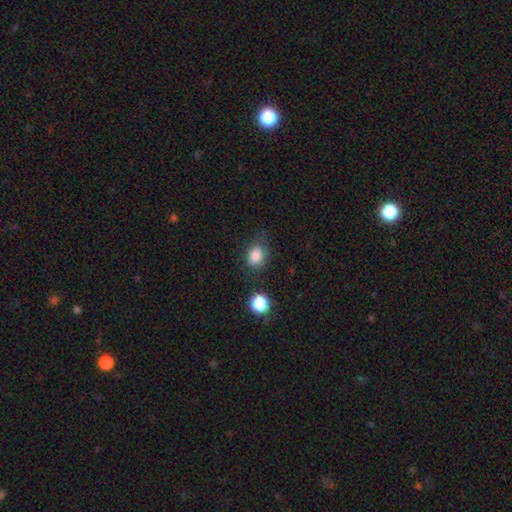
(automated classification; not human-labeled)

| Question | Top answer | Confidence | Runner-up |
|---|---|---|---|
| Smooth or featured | smooth | 82% | star or artifact (11%) |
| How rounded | in between | 60% | round (39%) |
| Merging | none | 71% | minor disturbance (19%) |